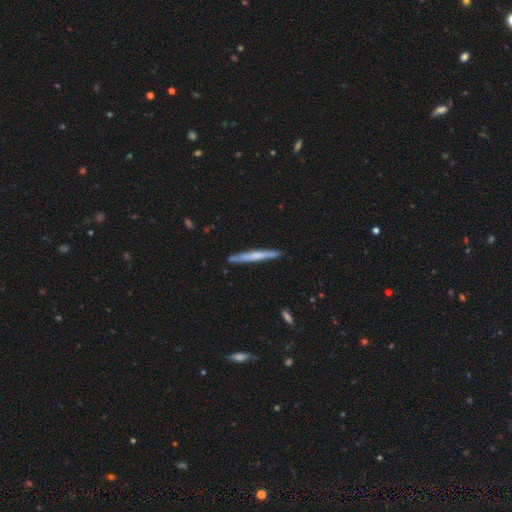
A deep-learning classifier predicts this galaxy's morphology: A smooth galaxy with no disk features (50%). Merging: none (87%).